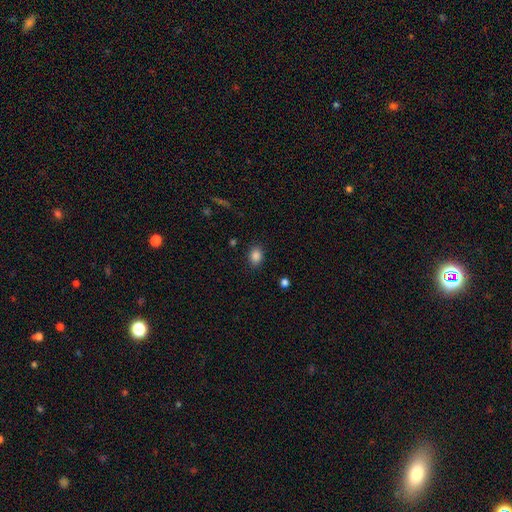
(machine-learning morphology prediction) The model was most divided on "how rounded": in between: 65%, round: 34%, cigar-shaped: 1%. More confident: merging — none (86%); smooth or featured — smooth (86%).